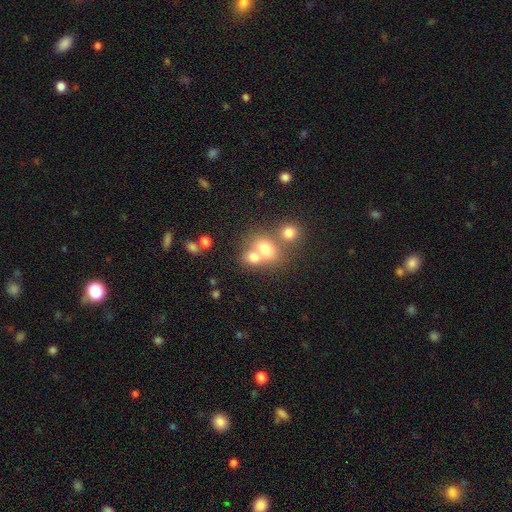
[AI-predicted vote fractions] smooth 66%, featured or disk 19%, star or artifact 15%. Down the decision tree: how rounded — round (61%); merging — merger (56%).